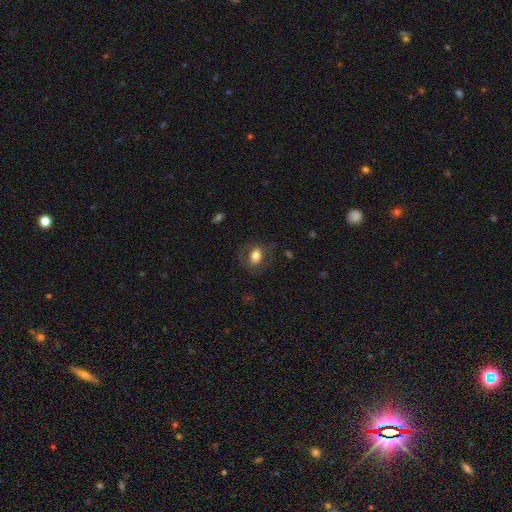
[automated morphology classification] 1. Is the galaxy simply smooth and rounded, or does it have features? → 70% smooth, 22% featured or disk, 8% star or artifact.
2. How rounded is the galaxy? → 73% in between, 25% round, 2% cigar-shaped.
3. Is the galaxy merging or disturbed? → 73% none, 15% minor disturbance, 11% major disturbance, 1% merger.